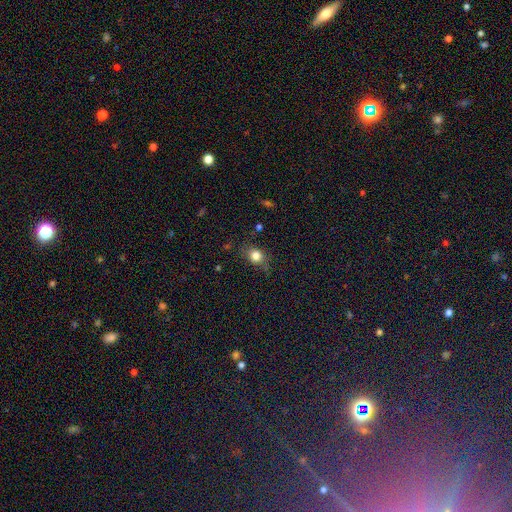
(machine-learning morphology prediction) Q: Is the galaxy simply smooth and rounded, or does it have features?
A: smooth — 81%.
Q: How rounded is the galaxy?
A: round — 61%.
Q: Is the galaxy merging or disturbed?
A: none — 74%.